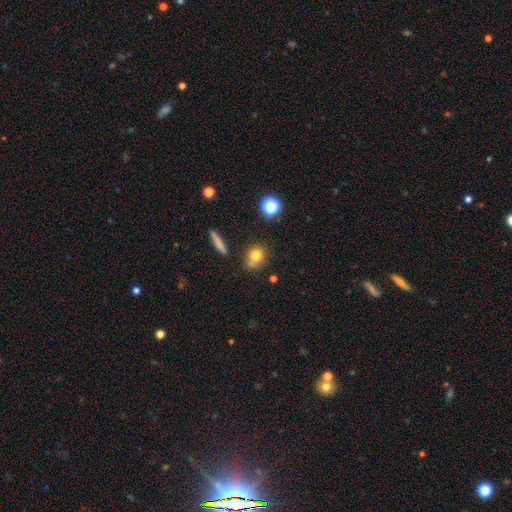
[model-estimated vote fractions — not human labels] smooth-or-featured: smooth: 76% | star or artifact: 13% | featured or disk: 11%
  how-rounded: round: 78% | in between: 20% | cigar-shaped: 2%
  merging: none: 61% | merger: 20% | minor disturbance: 14% | major disturbance: 5%